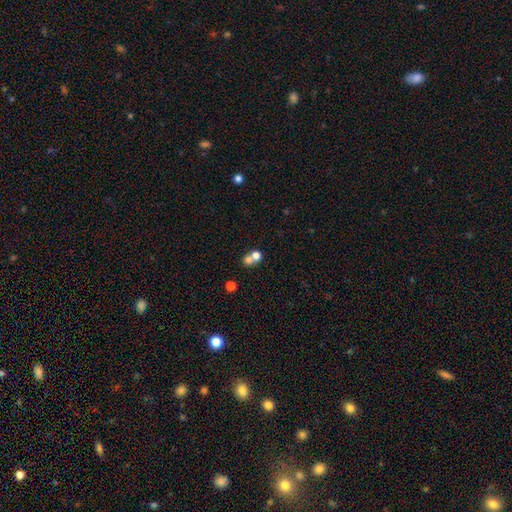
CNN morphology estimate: This appears to be a smooth galaxy with no disk features (71%) that is round (79%). Merging: merger (59%).